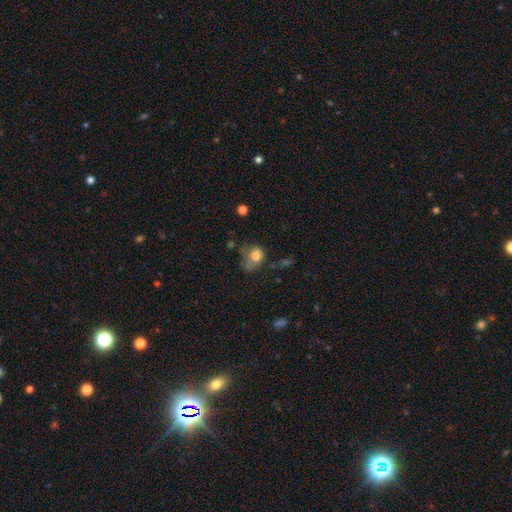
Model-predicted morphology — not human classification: A smooth galaxy with no disk features (74%) that is in between round and cigar-shaped (53%). Merging: major disturbance (31%, tied with minor disturbance).